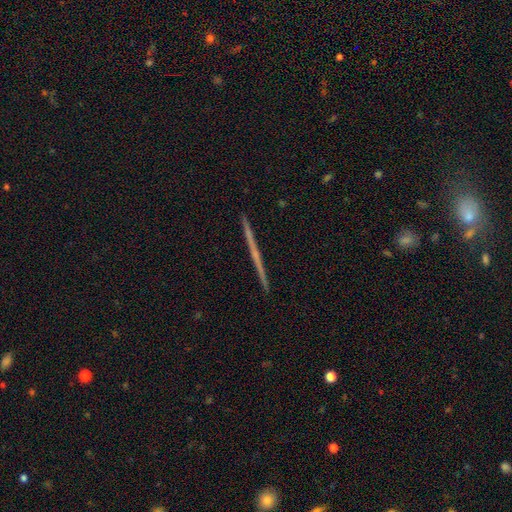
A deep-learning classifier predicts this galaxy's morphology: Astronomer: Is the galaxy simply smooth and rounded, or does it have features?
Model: featured or disk — 66%.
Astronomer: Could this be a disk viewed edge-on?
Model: yes — 98%.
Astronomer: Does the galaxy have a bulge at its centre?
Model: none — 82%.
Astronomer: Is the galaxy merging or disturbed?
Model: none — 93%.